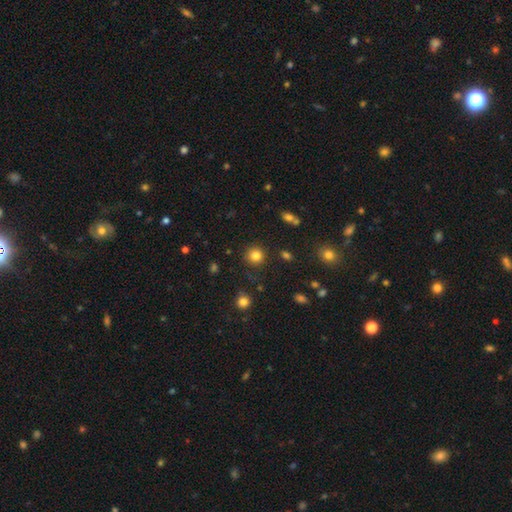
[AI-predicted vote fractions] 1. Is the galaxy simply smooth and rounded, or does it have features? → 83% smooth, 12% star or artifact, 5% featured or disk.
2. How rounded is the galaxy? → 92% round, 7% in between, 1% cigar-shaped.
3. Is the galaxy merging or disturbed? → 86% none, 8% minor disturbance, 3% major disturbance, 3% merger.